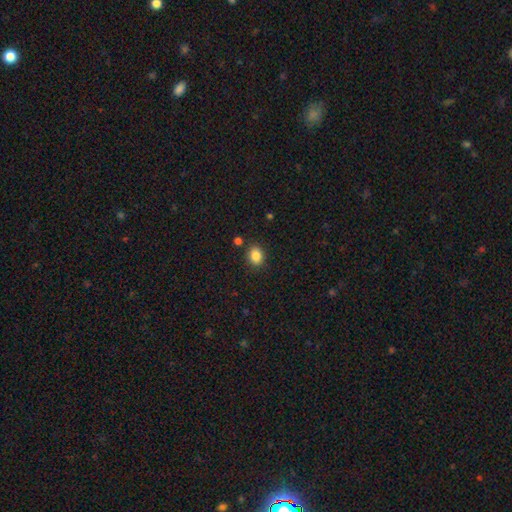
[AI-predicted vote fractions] Morphology: type=smooth (85%); roundness=in between (60%); merging=none (83%).